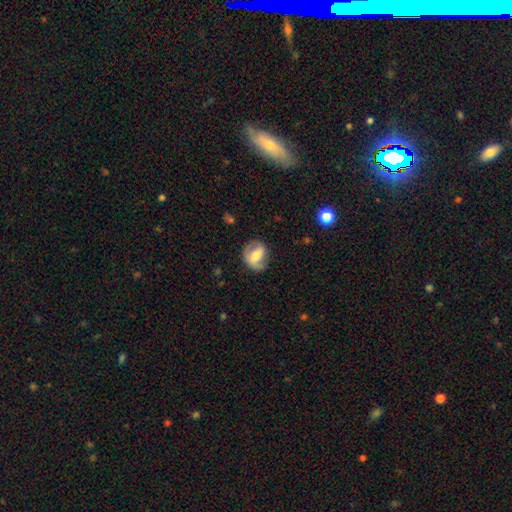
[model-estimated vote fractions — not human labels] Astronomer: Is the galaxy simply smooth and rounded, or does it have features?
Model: featured or disk — 58% (runner-up: smooth, 35%).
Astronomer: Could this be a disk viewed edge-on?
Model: no — 96%.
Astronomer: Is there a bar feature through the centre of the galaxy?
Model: weak — 40% (runner-up: no, 31%).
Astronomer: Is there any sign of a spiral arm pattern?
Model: yes — 78%.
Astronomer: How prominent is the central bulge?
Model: moderate — 60%.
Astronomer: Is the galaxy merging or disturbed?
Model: none — 66%.